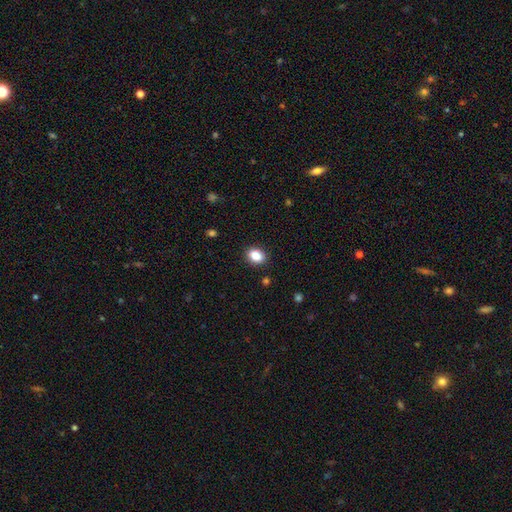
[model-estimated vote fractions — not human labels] Smooth or featured: smooth — 87% (star or artifact — 9%)
How rounded: in between — 67% (round — 32%)
Merging: none — 89% (minor disturbance — 8%)